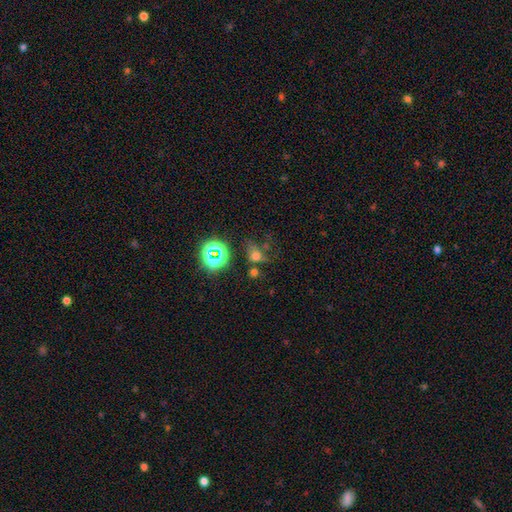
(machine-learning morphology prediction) The model was most divided on "smooth or featured": smooth: 54%, star or artifact: 34%, featured or disk: 13%. Remaining: how rounded — round (61%); merging — none (46%).